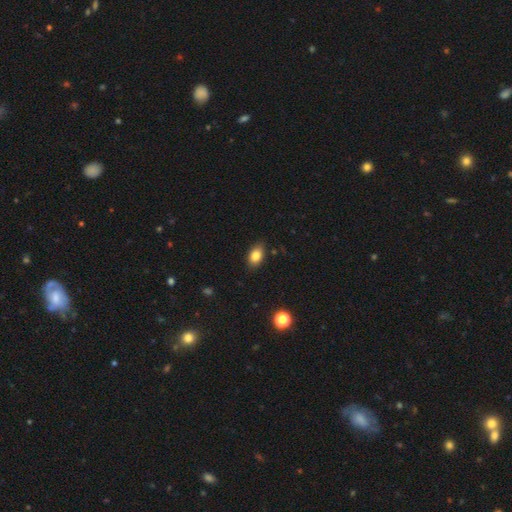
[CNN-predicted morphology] smooth_or_featured: smooth (p=0.83) [alt: star or artifact p=0.09]
how_rounded: in between (p=0.85) [alt: round p=0.14]
merging: none (p=0.85) [alt: minor disturbance p=0.12]